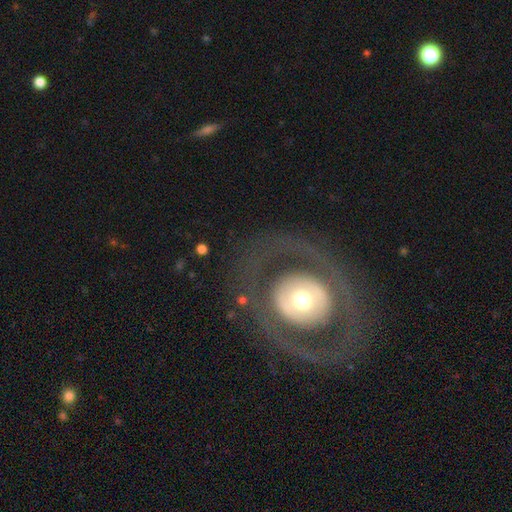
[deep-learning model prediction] featured or disk 70%, smooth 23%, star or artifact 7%. Down the decision tree: edge-on disk — no (95%); bar — no (80%); spiral arms — no (65%); bulge size — moderate (54%); merging — none (79%).